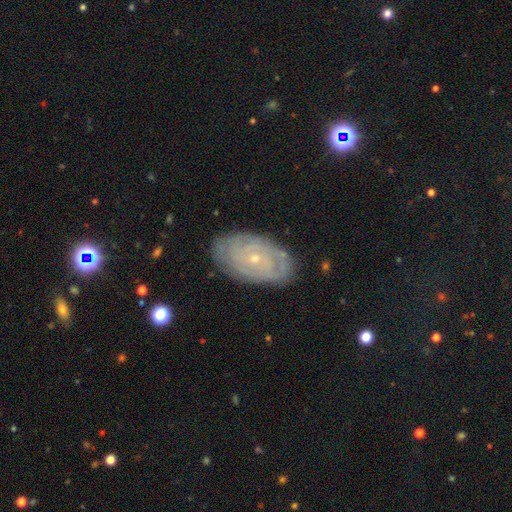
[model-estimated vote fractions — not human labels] Smooth or featured? Predicted: featured or disk (p=0.68). Edge-on disk? Predicted: no (p=0.93). Bar? Predicted: no (p=0.83). Spiral arms? Predicted: yes (p=0.81). Spiral winding? Predicted: tight (p=0.80). Spiral arm count? Predicted: can't tell (p=0.59). Bulge size? Predicted: small (p=0.85). Merging? Predicted: none (p=0.83).